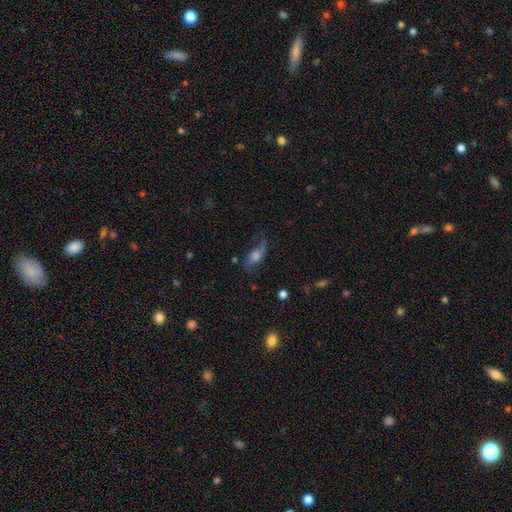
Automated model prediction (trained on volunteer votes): featured or disk 63%, smooth 25%, star or artifact 12%. Down the decision tree: edge-on disk — no (82%); bar — no (59%); spiral arms — yes (89%); bulge size — moderate (44%); merging — none (62%).